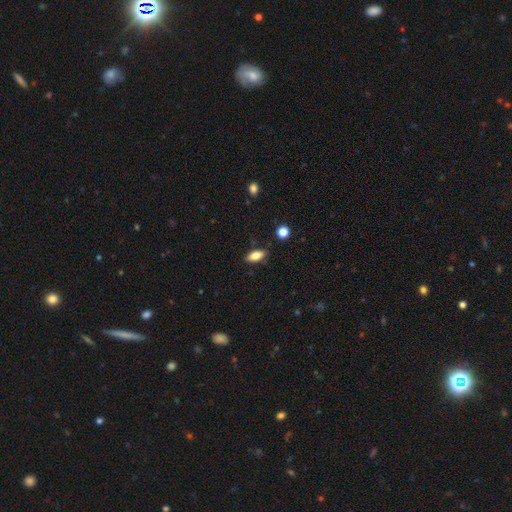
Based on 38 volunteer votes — A smooth galaxy with no disk features (82%) that is in between round and cigar-shaped (90%). Merging: none (86%).